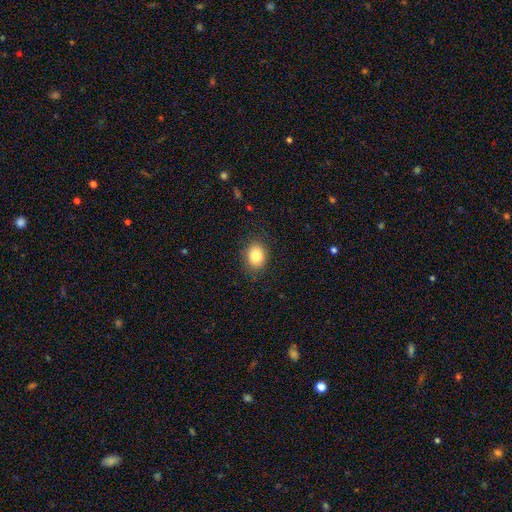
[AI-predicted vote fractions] This is clearly a smooth galaxy (84%). How rounded: possibly in between (55%). Merging: clearly none (86%).